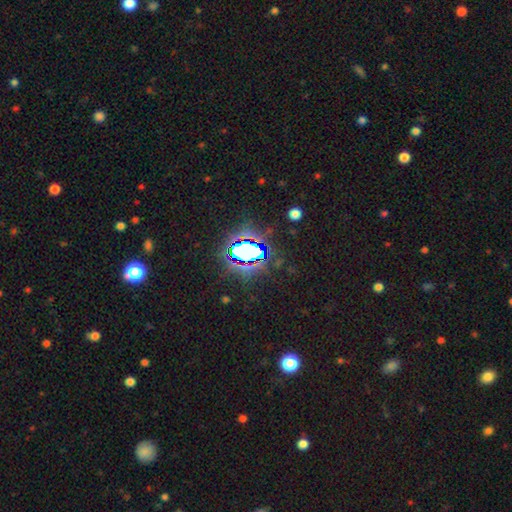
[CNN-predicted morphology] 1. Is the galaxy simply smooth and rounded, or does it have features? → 71% star or artifact, 19% smooth, 10% featured or disk.